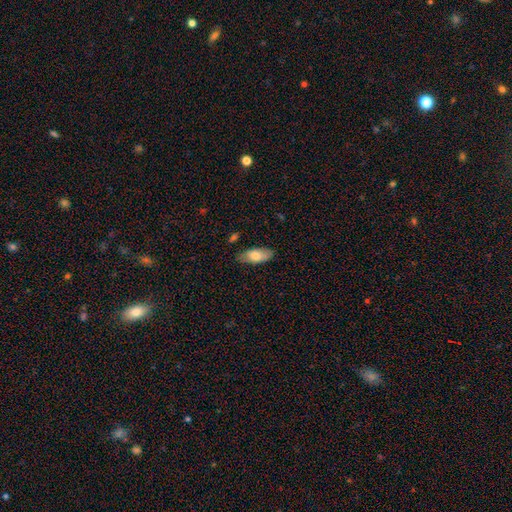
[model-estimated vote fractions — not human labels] Smooth or featured?
  - smooth: 75% *
  - featured or disk: 19%
  - star or artifact: 6%
How rounded?
  - in between: 86% *
  - cigar-shaped: 12%
  - round: 2%
Merging?
  - none: 79% *
  - minor disturbance: 17%
  - major disturbance: 3%
  - merger: 2%